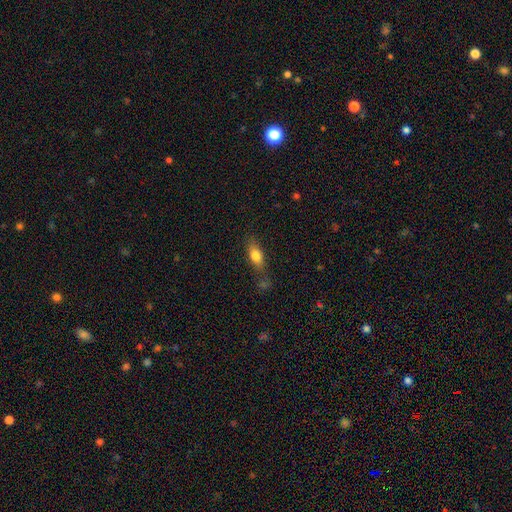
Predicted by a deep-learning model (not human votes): Smooth or featured?
  - smooth: 73% *
  - featured or disk: 18%
  - star or artifact: 9%
How rounded?
  - in between: 71% *
  - cigar-shaped: 22%
  - round: 7%
Merging?
  - none: 67% *
  - minor disturbance: 20%
  - merger: 7%
  - major disturbance: 7%